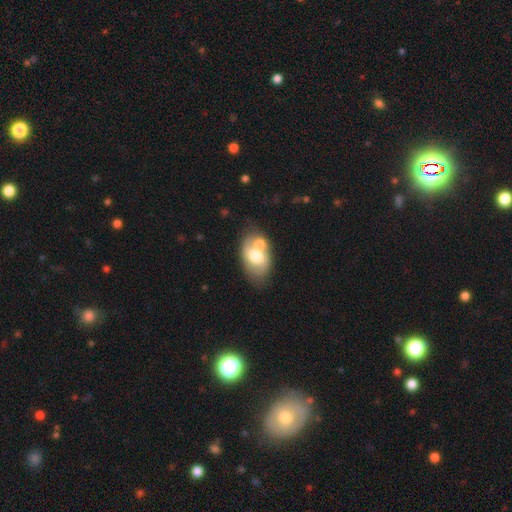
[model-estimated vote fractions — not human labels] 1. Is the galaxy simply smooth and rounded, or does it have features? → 59% smooth, 33% featured or disk, 8% star or artifact.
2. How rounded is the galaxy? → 86% in between, 12% round, 1% cigar-shaped.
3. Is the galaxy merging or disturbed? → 42% none, 34% merger, 17% minor disturbance, 7% major disturbance.